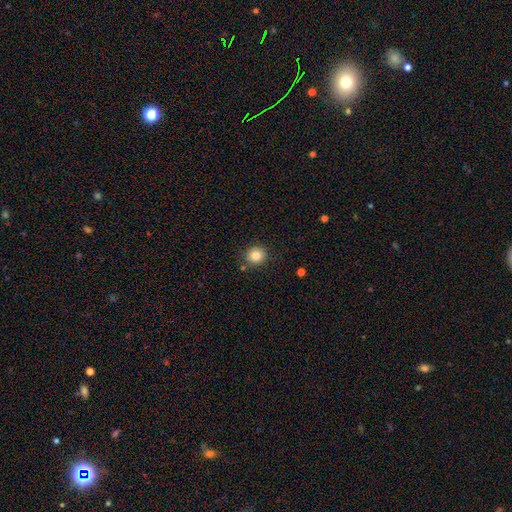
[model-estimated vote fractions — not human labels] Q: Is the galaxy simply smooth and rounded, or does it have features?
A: smooth — 84%.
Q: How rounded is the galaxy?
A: round — 84%.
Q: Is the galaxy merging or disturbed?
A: none — 85%.